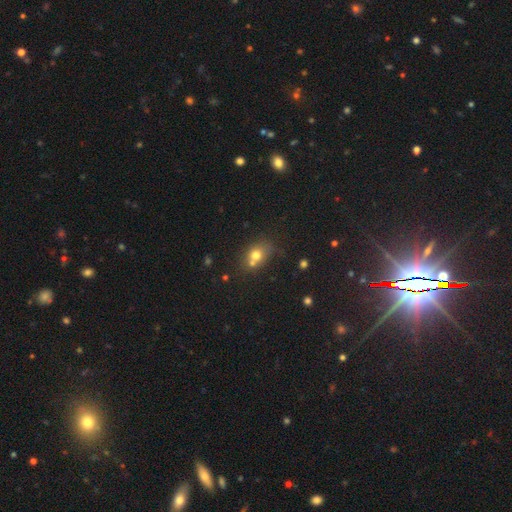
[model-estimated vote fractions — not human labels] Smooth or featured? Predicted: smooth (p=0.71). How rounded? Predicted: round (p=0.55). Merging? Predicted: none (p=0.45).